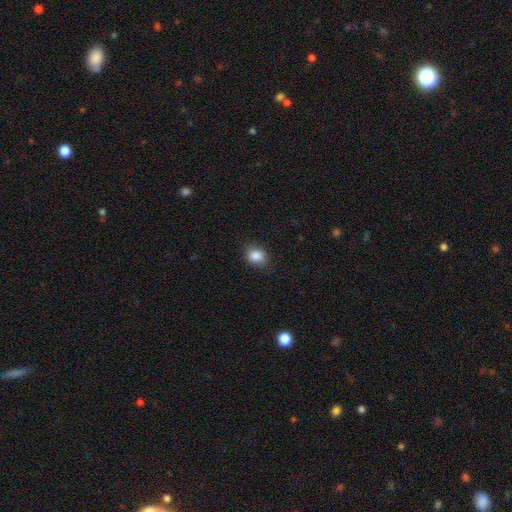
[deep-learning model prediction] A smooth galaxy with no disk features (87%) that is in between round and cigar-shaped (56%). Merging: none (82%).